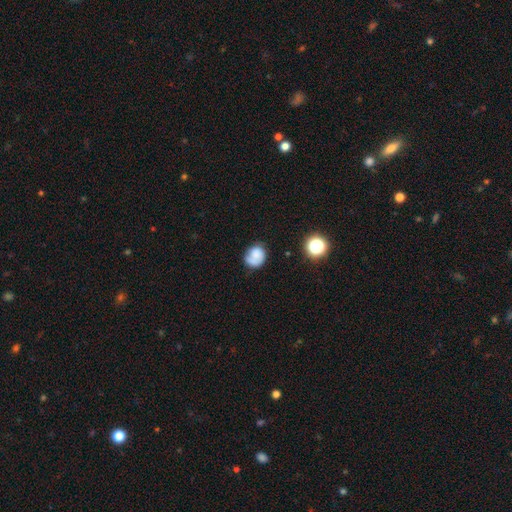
This is likely a smooth galaxy (74%). How rounded: likely round (79%). Merging: likely none (65%).